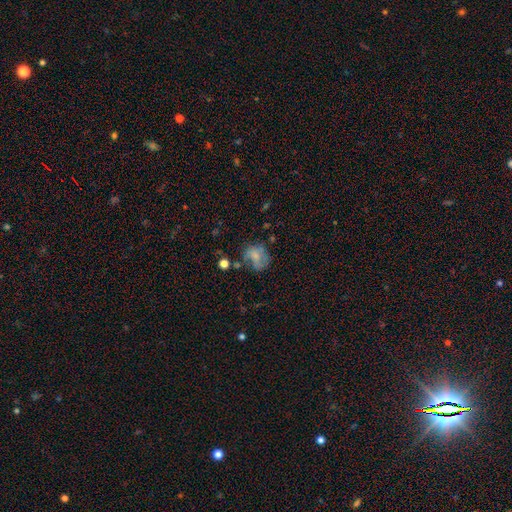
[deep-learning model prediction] A smooth galaxy with no disk features (62%) that is round (64%).

Vote fractions:
- Smooth or featured? smooth: 62% / featured or disk: 27% / star or artifact: 11%
- How rounded? round: 64% / in between: 35% / cigar-shaped: 1%
- Merging? none: 47% / minor disturbance: 26% / major disturbance: 19% / merger: 7%